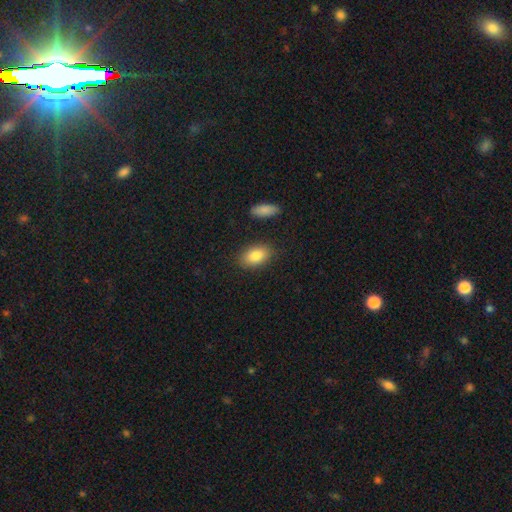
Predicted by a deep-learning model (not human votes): smooth_or_featured: smooth (p=0.85) [alt: featured or disk p=0.08]
how_rounded: in between (p=0.90) [alt: round p=0.08]
merging: none (p=0.84) [alt: minor disturbance p=0.10]